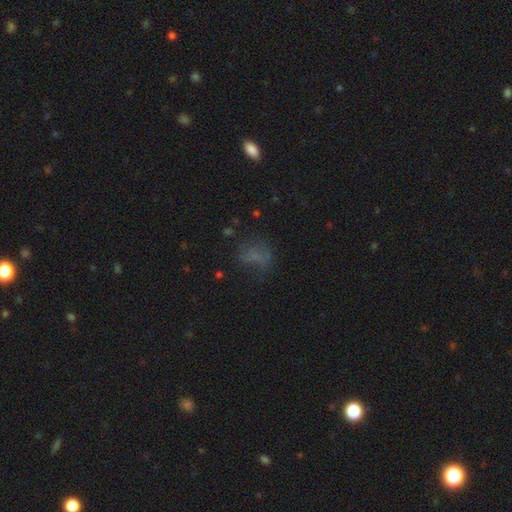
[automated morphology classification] smooth-or-featured: smooth: 56% | star or artifact: 25% | featured or disk: 19%
  how-rounded: in between: 62% | round: 34% | cigar-shaped: 4%
  merging: none: 53% | major disturbance: 22% | minor disturbance: 21% | merger: 3%